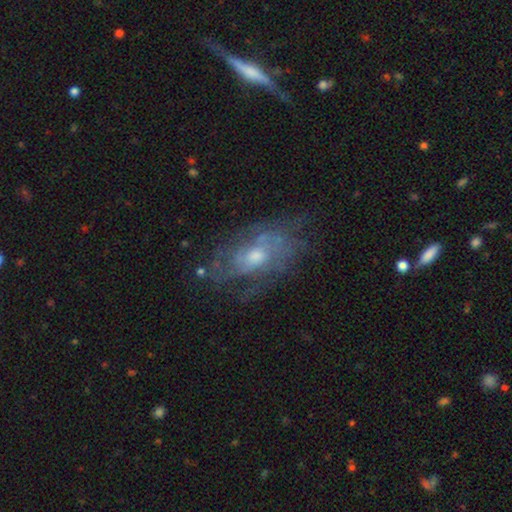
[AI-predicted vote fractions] This appears to be a featured or disk galaxy (74%) with no bar (76%), tight (43%) spiral arms (73%) and a moderate central bulge (58%). Merging: none (62%).